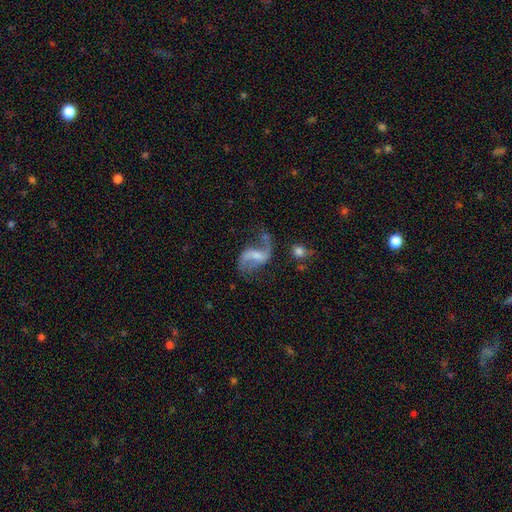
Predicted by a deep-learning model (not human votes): Smooth or featured? featured or disk (84%)
Edge-on disk? no (97%)
Bar? weak (46%)
Spiral arms? yes (93%)
Spiral winding? loose (80%)
Spiral arm count? 2 (90%)
Bulge size? small (43%)
Merging? none (54%)